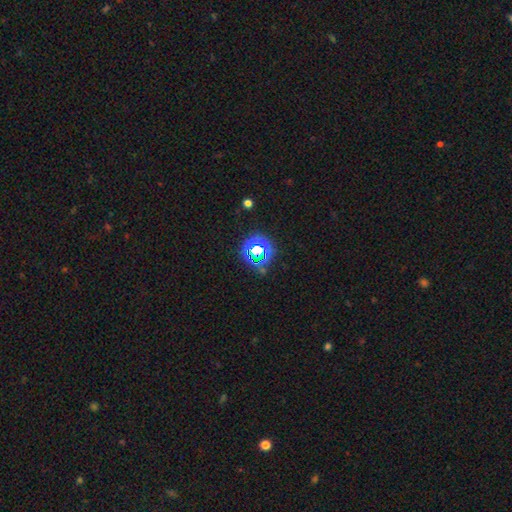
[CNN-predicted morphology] Overall: star or artifact (67%).